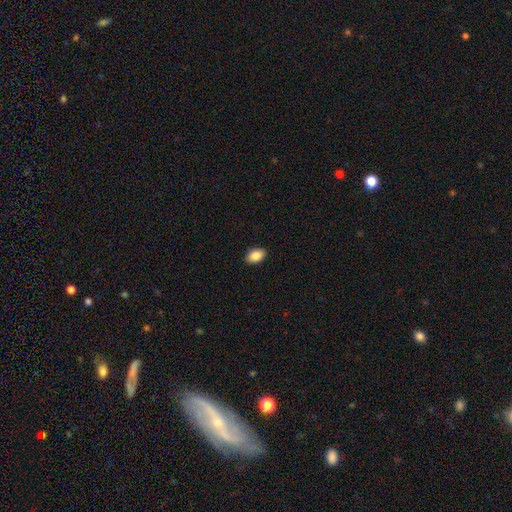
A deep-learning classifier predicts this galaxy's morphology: Q: Smooth or featured?
A: smooth (87%); runner-up: star or artifact (7%)
Q: How rounded?
A: in between (89%); runner-up: round (10%)
Q: Merging?
A: none (89%); runner-up: minor disturbance (8%)